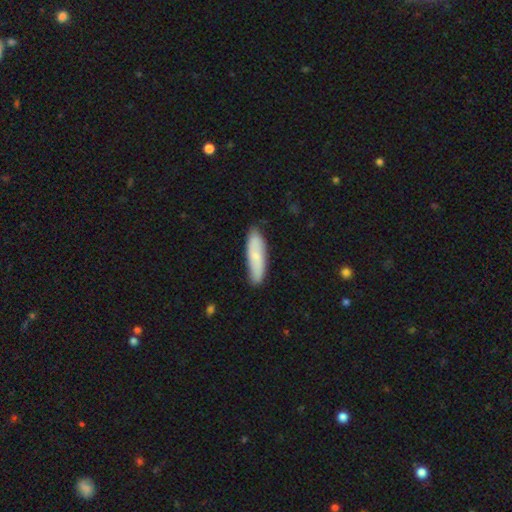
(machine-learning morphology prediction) A smooth galaxy with no disk features (70%) that is cigar-shaped (63%). Merging: none (82%).